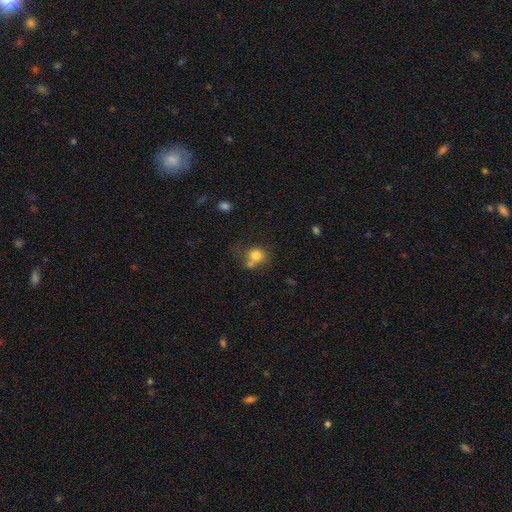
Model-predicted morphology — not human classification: The model was most divided on "merging": none: 46%, merger: 30%, minor disturbance: 16%, major disturbance: 8%. More confident: how rounded — round (80%); smooth or featured — smooth (79%).